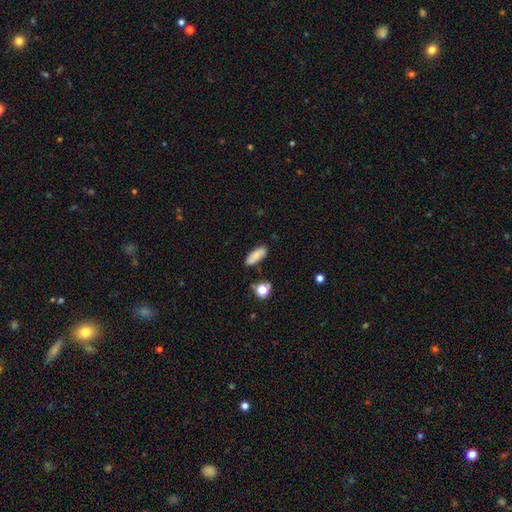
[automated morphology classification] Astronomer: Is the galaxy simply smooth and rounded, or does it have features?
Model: smooth — 80%.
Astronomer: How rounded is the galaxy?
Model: in between — 72%.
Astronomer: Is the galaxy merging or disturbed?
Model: none — 80%.